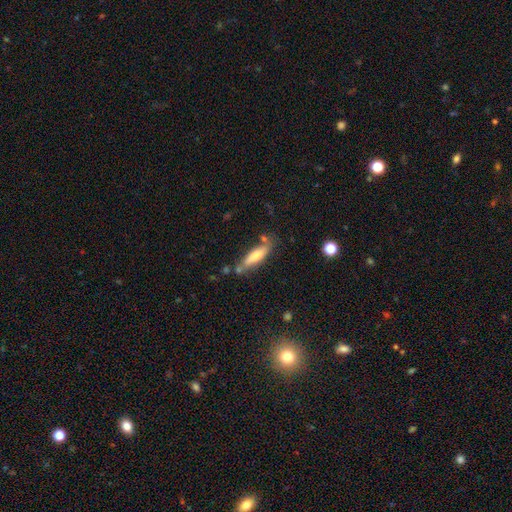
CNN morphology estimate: smooth-or-featured: smooth: 67% | featured or disk: 27% | star or artifact: 6%
  how-rounded: cigar-shaped: 69% | in between: 29% | round: 2%
  merging: none: 64% | minor disturbance: 20% | merger: 11% | major disturbance: 5%